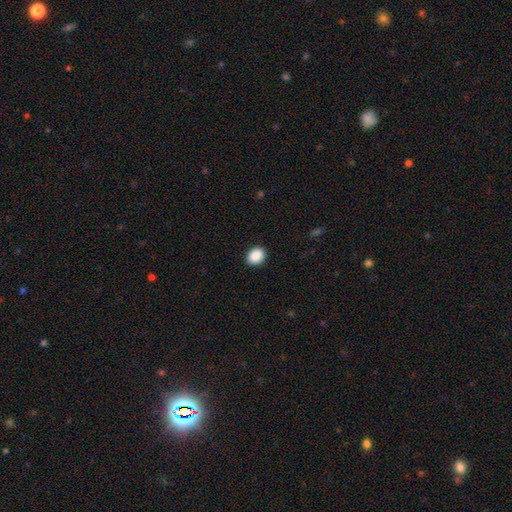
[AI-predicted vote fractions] A smooth galaxy with no disk features (90%) that is in between round and cigar-shaped (56%).

Vote fractions:
- Smooth or featured? smooth: 90% / star or artifact: 8% / featured or disk: 2%
- How rounded? in between: 56% / round: 43% / cigar-shaped: 1%
- Merging? none: 90% / minor disturbance: 7% / major disturbance: 2% / merger: 1%